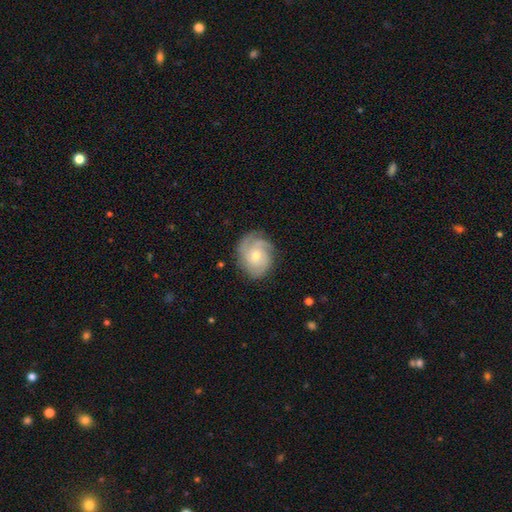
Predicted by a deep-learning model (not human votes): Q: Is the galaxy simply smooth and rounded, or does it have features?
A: featured or disk — 77%.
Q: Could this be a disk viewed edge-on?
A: no — 97%.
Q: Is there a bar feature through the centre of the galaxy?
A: no — 73%.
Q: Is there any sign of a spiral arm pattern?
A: yes — 95%.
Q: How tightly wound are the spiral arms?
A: tight — 59%.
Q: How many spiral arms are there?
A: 3 — 42%.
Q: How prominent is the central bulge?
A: moderate — 50%.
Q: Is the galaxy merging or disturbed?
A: none — 74%.